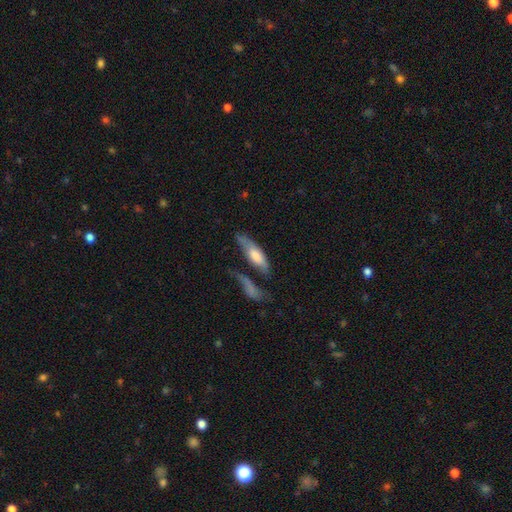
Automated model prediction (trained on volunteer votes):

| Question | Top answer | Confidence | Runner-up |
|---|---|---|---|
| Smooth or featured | smooth | 61% | featured or disk (33%) |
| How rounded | in between | 54% | cigar-shaped (44%) |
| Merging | none | 47% | minor disturbance (24%) |